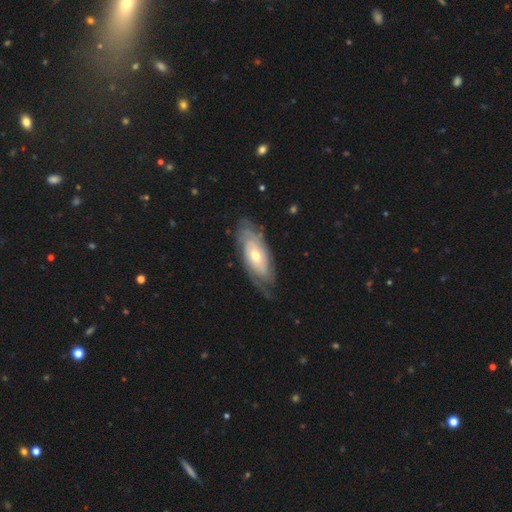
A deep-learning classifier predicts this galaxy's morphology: Smooth or featured? featured or disk (75%)
Edge-on disk? no (87%)
Bar? no (75%)
Spiral arms? yes (86%)
Spiral winding? tight (70%)
Spiral arm count? can't tell (58%)
Bulge size? moderate (57%)
Merging? none (72%)